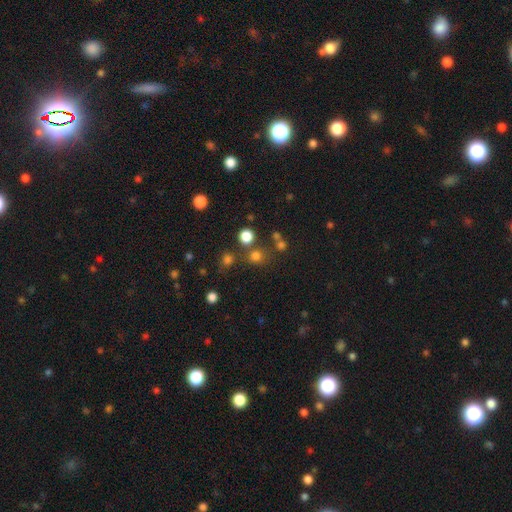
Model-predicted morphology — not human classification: This is likely a smooth galaxy (72%). How rounded: clearly round (86%). Merging: likely none (71%).